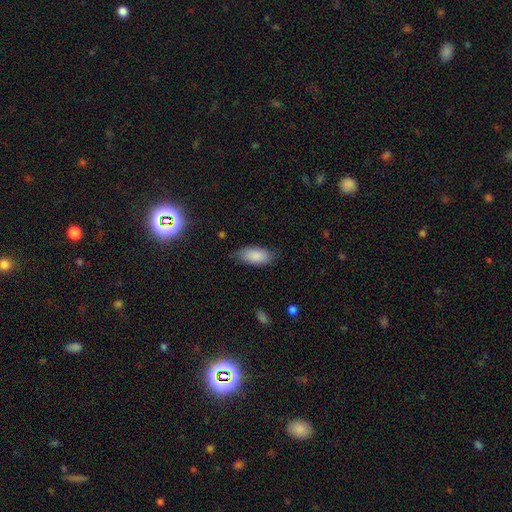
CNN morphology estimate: Smooth or featured? smooth (87%)
How rounded? in between (90%)
Merging? none (75%)